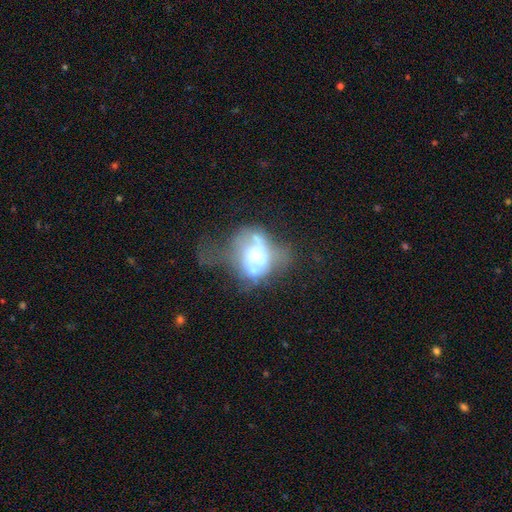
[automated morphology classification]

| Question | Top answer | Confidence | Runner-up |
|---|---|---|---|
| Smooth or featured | featured or disk | 58% | smooth (30%) |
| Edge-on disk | no | 94% | yes (6%) |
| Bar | no | 79% | weak (16%) |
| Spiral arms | no | 77% | yes (23%) |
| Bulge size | moderate | 54% | large (23%) |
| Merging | major disturbance | 43% | merger (20%) |